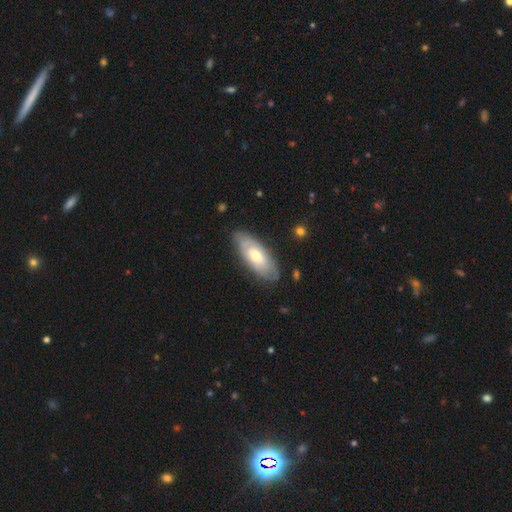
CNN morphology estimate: Smooth or featured? smooth (54%)
How rounded? in between (82%)
Merging? none (80%)